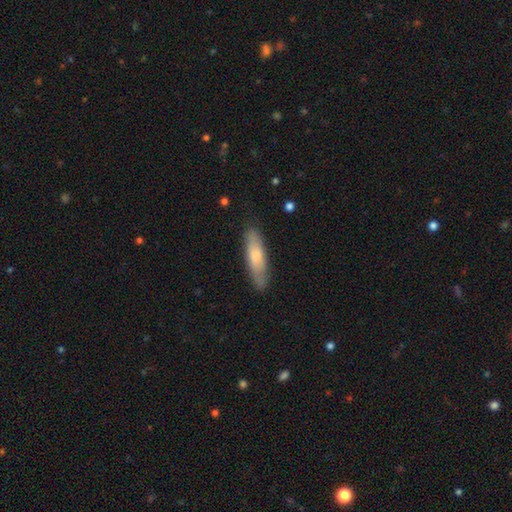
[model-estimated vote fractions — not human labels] smooth-or-featured: smooth: 72% | featured or disk: 22% | star or artifact: 5%
  how-rounded: cigar-shaped: 68% | in between: 30% | round: 2%
  merging: none: 82% | minor disturbance: 14% | major disturbance: 3% | merger: 1%